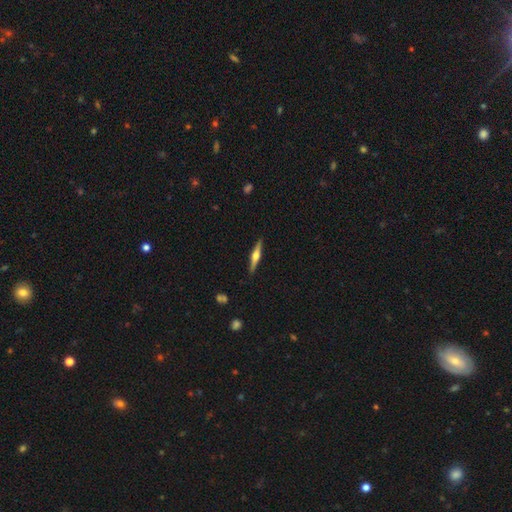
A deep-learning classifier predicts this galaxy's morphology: Smooth or featured: featured or disk — 71% (smooth — 24%)
Edge-on disk: yes — 98% (no — 2%)
Edge-on bulge: rounded — 91% (boxy — 6%)
Merging: none — 90% (minor disturbance — 7%)